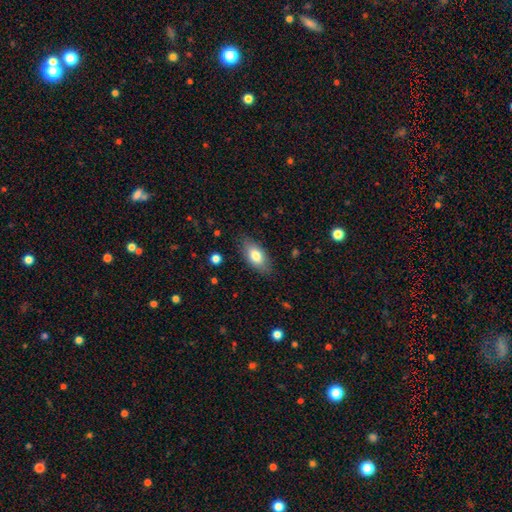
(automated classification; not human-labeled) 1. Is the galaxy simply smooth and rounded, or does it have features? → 78% smooth, 15% featured or disk, 7% star or artifact.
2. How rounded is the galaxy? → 89% in between, 6% cigar-shaped, 5% round.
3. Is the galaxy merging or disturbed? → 82% none, 14% minor disturbance, 3% major disturbance, 1% merger.